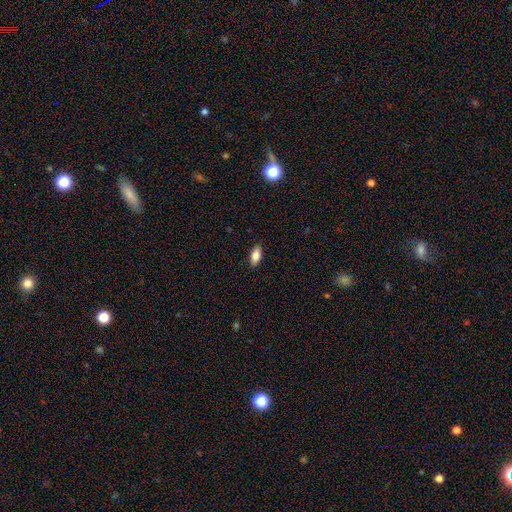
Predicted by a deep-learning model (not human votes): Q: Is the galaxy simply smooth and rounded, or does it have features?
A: smooth — 82%.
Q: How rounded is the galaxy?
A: in between — 89%.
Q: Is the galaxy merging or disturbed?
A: none — 89%.